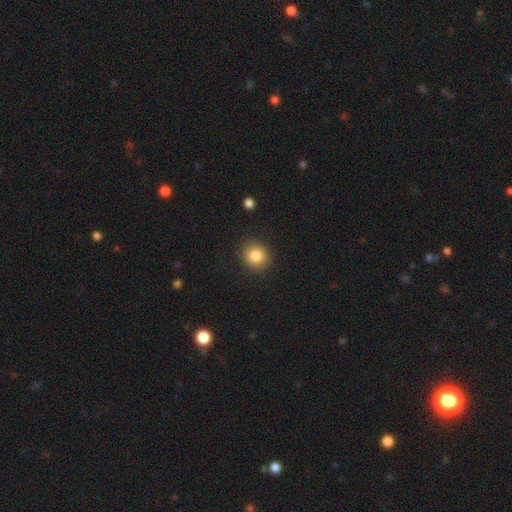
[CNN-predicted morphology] Smooth or featured: smooth — 84% (star or artifact — 10%)
How rounded: round — 78% (in between — 21%)
Merging: none — 88% (minor disturbance — 8%)